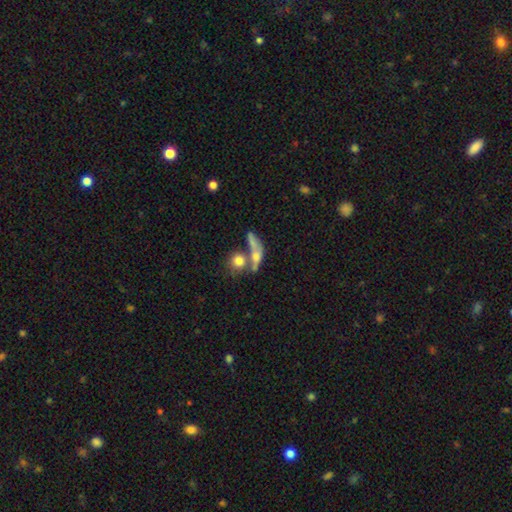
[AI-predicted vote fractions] smooth 54%, featured or disk 34%, star or artifact 12%. Down the decision tree: how rounded — in between (43%); merging — merger (43%).